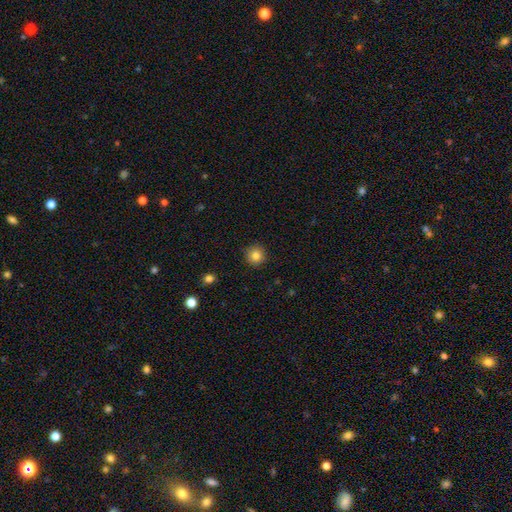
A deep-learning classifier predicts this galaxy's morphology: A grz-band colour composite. It shows a smooth galaxy with no disk features (83%) that is round (95%). Merging: none (91%).